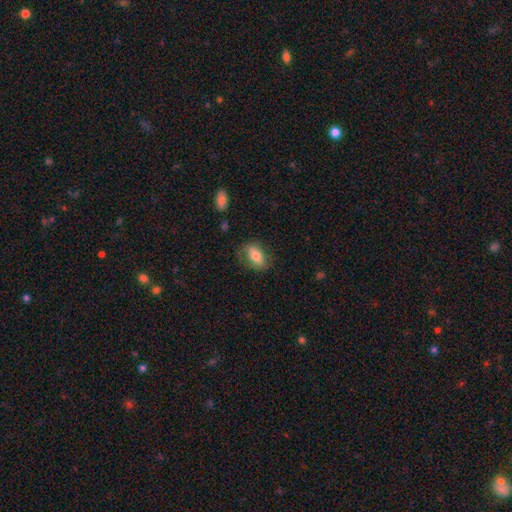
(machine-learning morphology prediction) This is likely a smooth galaxy (74%). How rounded: clearly in between (86%). Merging: likely none (74%).